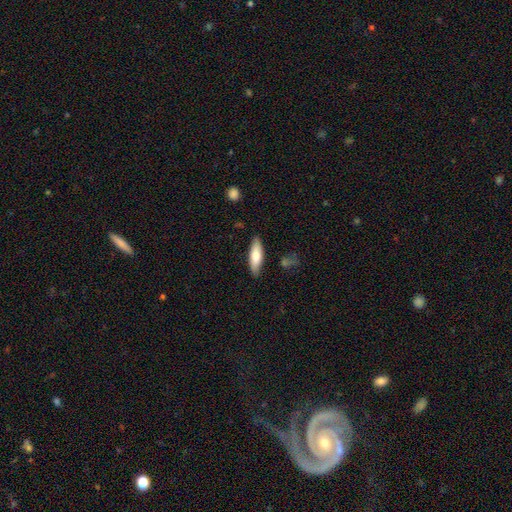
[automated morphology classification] This is likely a smooth galaxy (71%). How rounded: possibly cigar-shaped (52%). Merging: clearly none (85%).